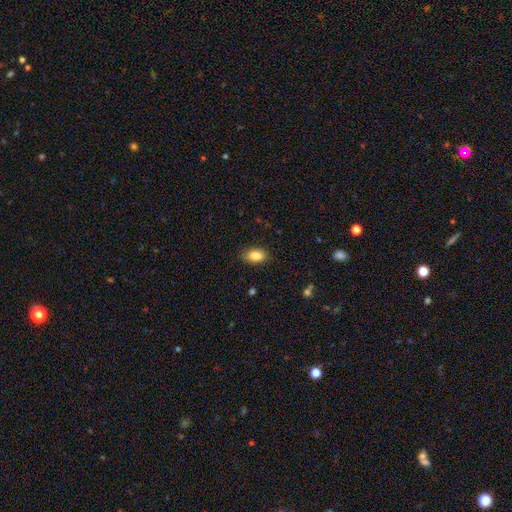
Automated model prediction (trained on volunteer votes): The model was most divided on "merging": none: 85%, minor disturbance: 11%, major disturbance: 2%, merger: 1%. More confident: how rounded — in between (91%); smooth or featured — smooth (85%).